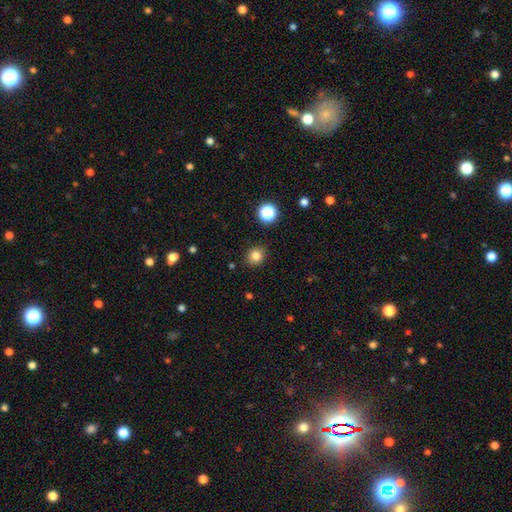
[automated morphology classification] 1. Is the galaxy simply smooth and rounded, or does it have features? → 82% smooth, 12% star or artifact, 5% featured or disk.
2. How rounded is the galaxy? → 72% round, 28% in between, 1% cigar-shaped.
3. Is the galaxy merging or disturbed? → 87% none, 9% minor disturbance, 3% major disturbance, 2% merger.